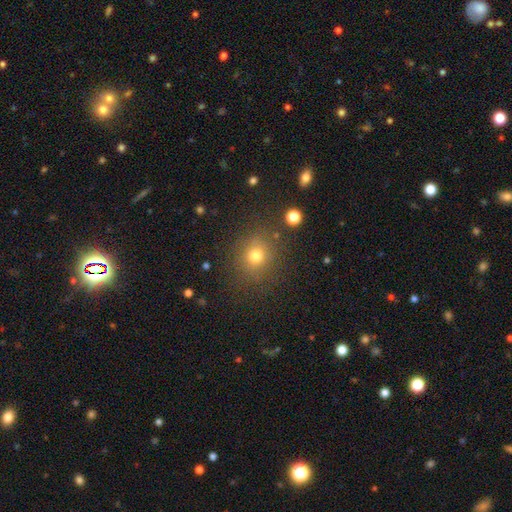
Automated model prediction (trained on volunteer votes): smooth-or-featured: smooth: 73% | star or artifact: 18% | featured or disk: 9%
  how-rounded: round: 77% | in between: 22% | cigar-shaped: 1%
  merging: none: 84% | minor disturbance: 10% | major disturbance: 4% | merger: 3%